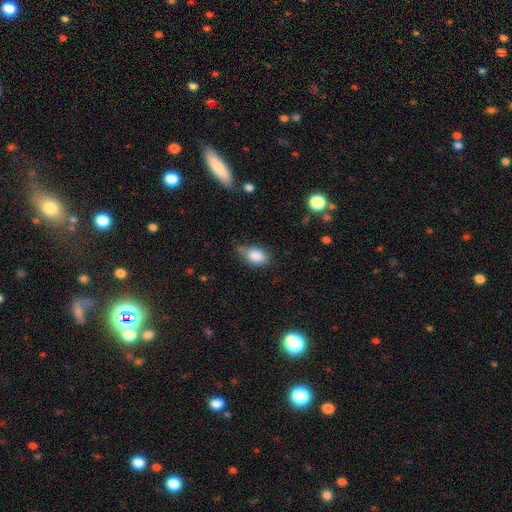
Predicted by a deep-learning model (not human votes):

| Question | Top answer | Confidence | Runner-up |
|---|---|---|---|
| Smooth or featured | smooth | 86% | star or artifact (8%) |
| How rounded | in between | 83% | round (16%) |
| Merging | none | 58% | minor disturbance (31%) |